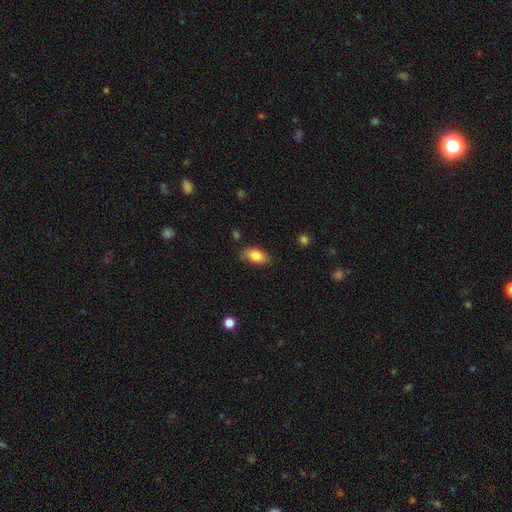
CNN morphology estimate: This is clearly a smooth galaxy (83%). How rounded: clearly in between (90%). Merging: likely none (76%).